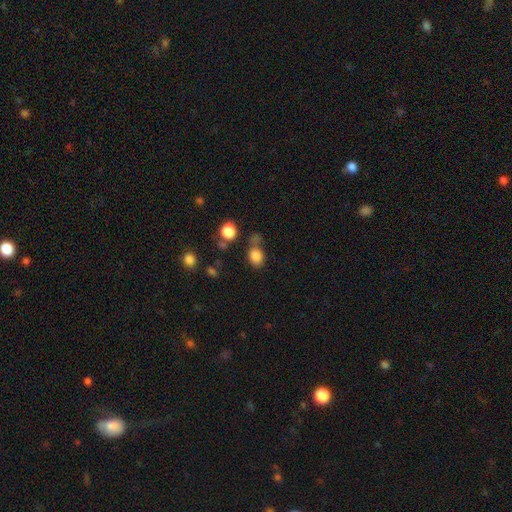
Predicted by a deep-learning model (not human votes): This is clearly a smooth galaxy (83%). How rounded: possibly in between (52%). Merging: possibly none (57%).